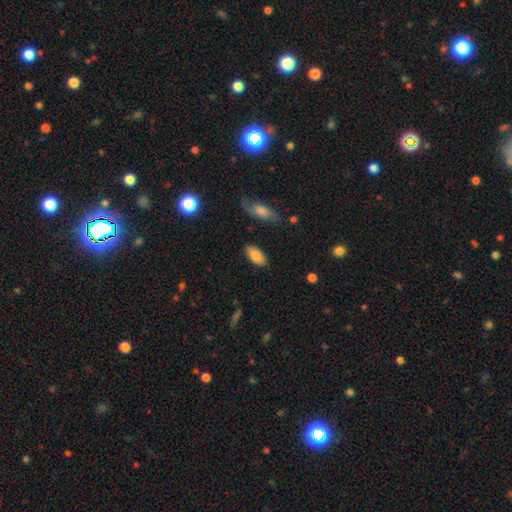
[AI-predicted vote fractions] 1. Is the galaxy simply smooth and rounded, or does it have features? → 83% smooth, 10% featured or disk, 7% star or artifact.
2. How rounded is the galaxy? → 93% in between, 5% cigar-shaped, 2% round.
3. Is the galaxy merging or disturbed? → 84% none, 11% minor disturbance, 3% major disturbance, 2% merger.